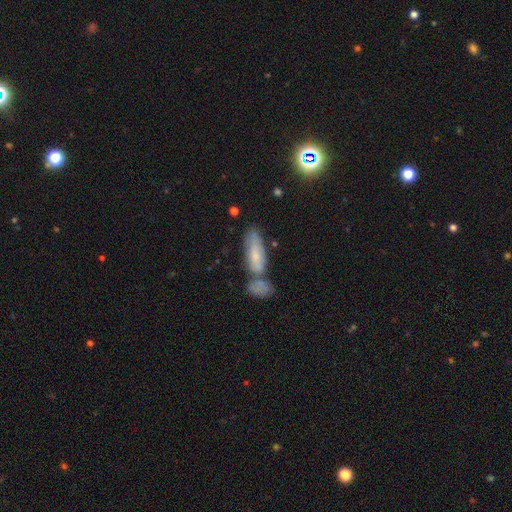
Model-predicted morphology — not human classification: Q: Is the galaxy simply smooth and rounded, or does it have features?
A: smooth — 70%.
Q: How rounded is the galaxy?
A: in between — 54%.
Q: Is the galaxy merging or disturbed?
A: none — 45%.